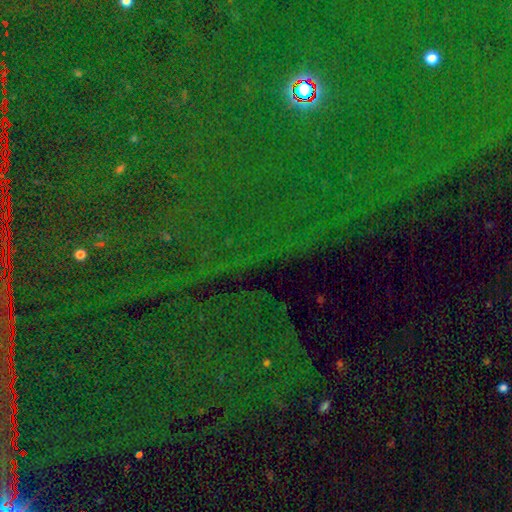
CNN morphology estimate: smooth-or-featured: star or artifact: 85% | featured or disk: 8% | smooth: 7%